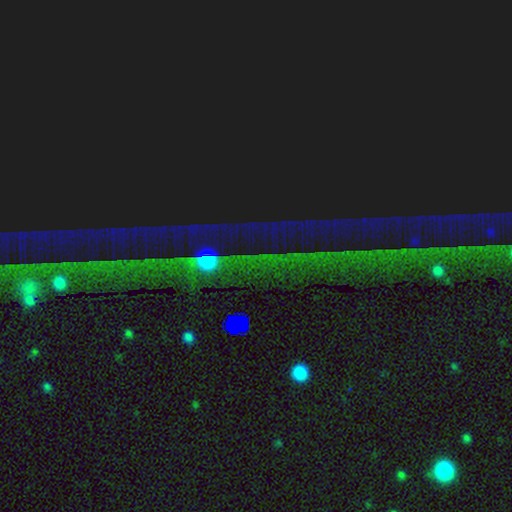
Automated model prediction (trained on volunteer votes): Q: Smooth or featured?
A: star or artifact (77%); runner-up: featured or disk (13%)